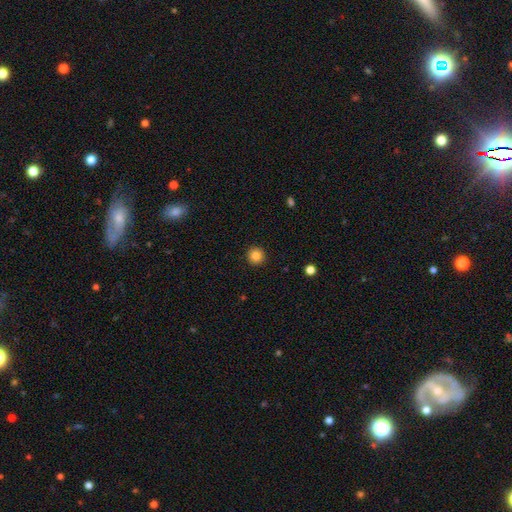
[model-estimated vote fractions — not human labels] Smooth or featured? smooth (84%)
How rounded? round (96%)
Merging? none (93%)